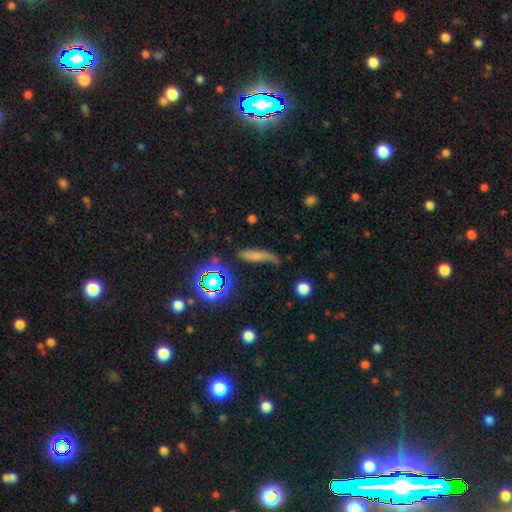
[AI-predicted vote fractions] Smooth or featured? smooth (56%)
How rounded? cigar-shaped (67%)
Merging? none (50%)